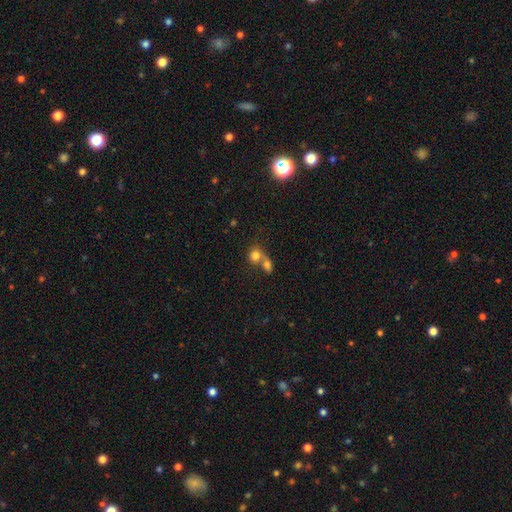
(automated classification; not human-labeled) Smooth or featured: smooth — 78% (featured or disk — 11%)
How rounded: round — 73% (in between — 26%)
Merging: merger — 61% (none — 29%)